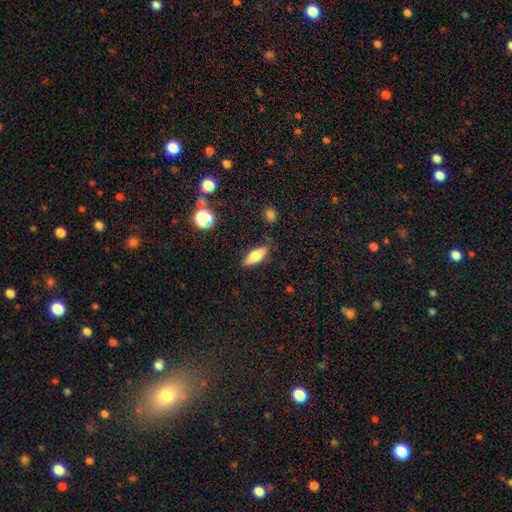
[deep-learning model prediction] Smooth or featured: smooth — 70% (featured or disk — 21%)
How rounded: in between — 62% (cigar-shaped — 35%)
Merging: none — 82% (minor disturbance — 13%)